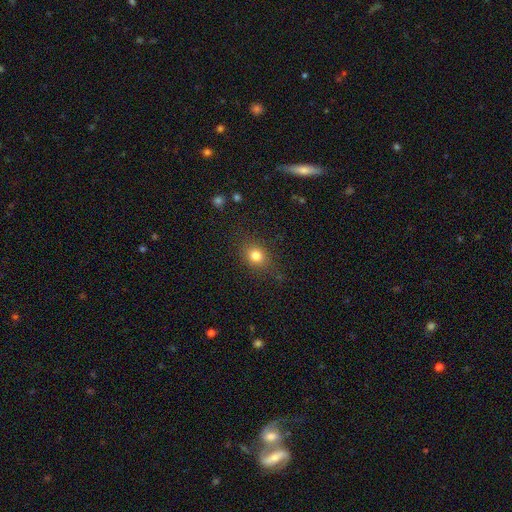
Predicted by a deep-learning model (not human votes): Smooth or featured? Predicted: smooth (p=0.80). How rounded? Predicted: round (p=0.61). Merging? Predicted: none (p=0.81).